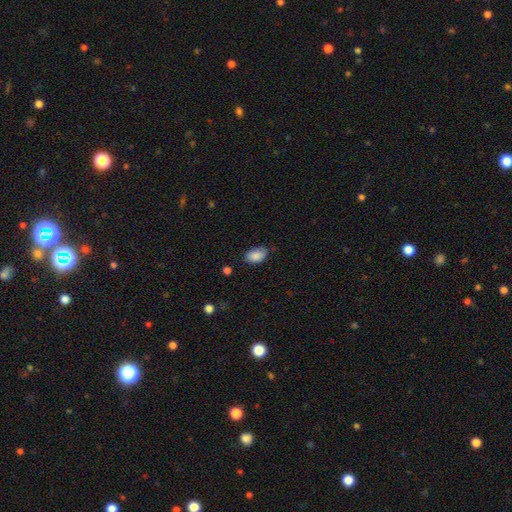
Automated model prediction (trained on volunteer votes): Smooth or featured? smooth (88%)
How rounded? in between (92%)
Merging? none (74%)